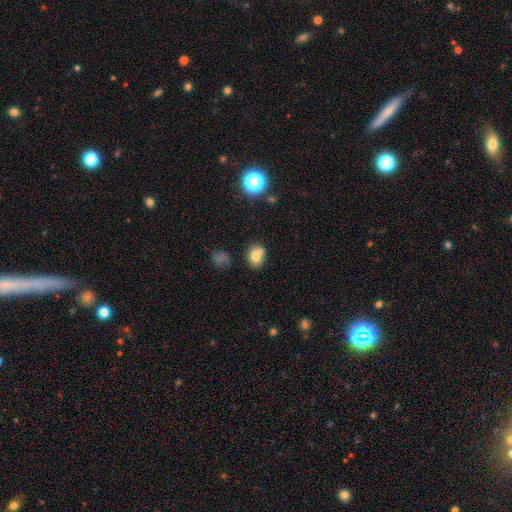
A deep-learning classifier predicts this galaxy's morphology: type=smooth (74%); roundness=round (50%); merging=none (51%).